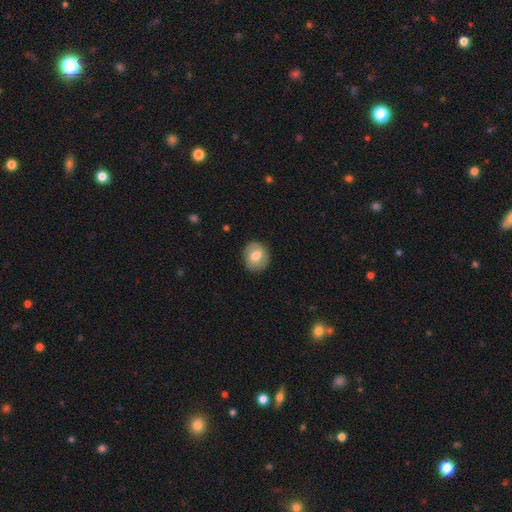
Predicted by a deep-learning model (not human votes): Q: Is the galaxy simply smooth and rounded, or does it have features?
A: smooth — 69%.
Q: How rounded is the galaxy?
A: round — 76%.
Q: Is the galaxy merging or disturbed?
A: none — 85%.